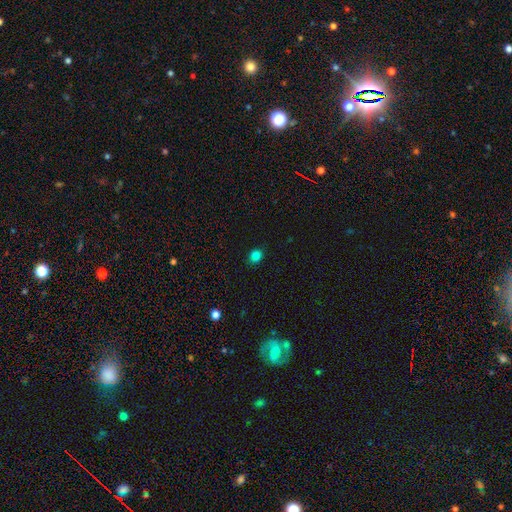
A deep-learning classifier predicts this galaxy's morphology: smooth 83%, star or artifact 14%, featured or disk 4%. Down the decision tree: how rounded — round (65%); merging — none (89%).